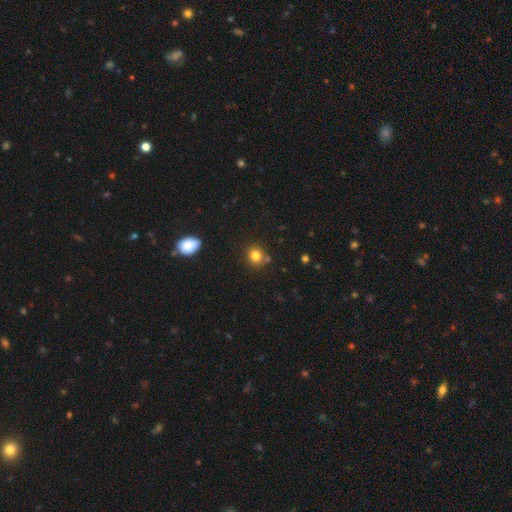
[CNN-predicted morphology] This appears to be a smooth galaxy with no disk features (81%) that is round (83%). Merging: none (76%).